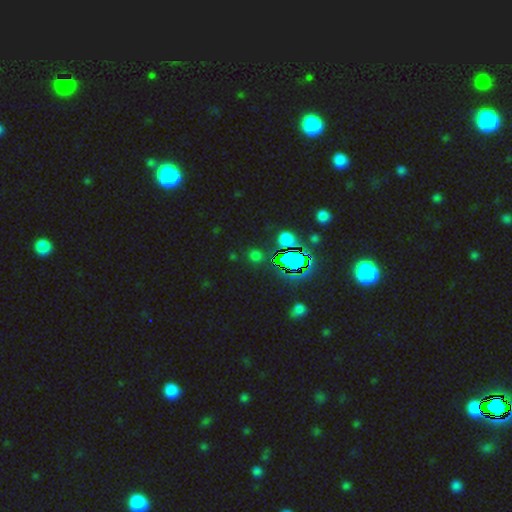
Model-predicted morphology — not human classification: smooth_or_featured: star or artifact (p=0.52) [alt: smooth p=0.39]